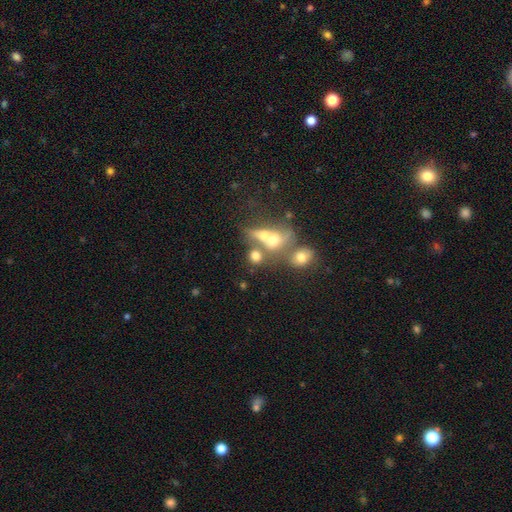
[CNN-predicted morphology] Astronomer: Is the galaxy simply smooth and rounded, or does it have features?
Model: smooth — 63%.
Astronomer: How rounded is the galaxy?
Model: round — 64%.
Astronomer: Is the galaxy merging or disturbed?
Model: merger — 49% (runner-up: none, 33%).